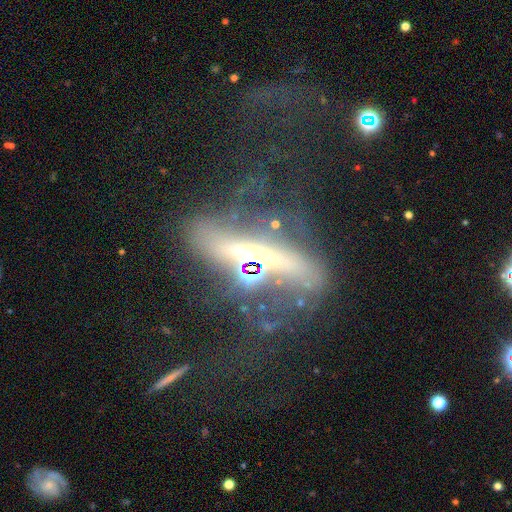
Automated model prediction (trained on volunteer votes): This appears to be a featured or disk galaxy (66%) viewed edge-on (64%). Merging: none (42%).